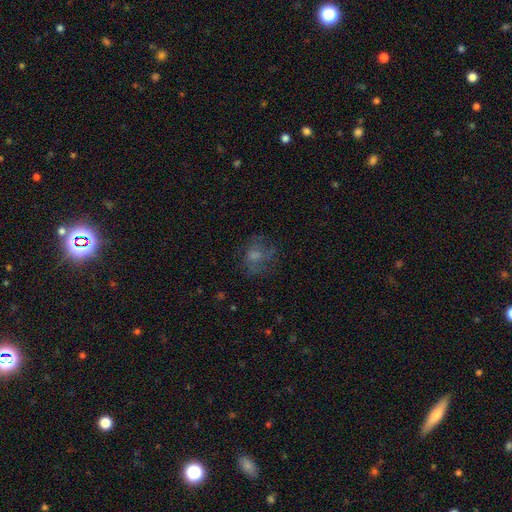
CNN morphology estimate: smooth 52%, featured or disk 32%, star or artifact 16%. Down the decision tree: how rounded — round (62%); merging — none (57%).